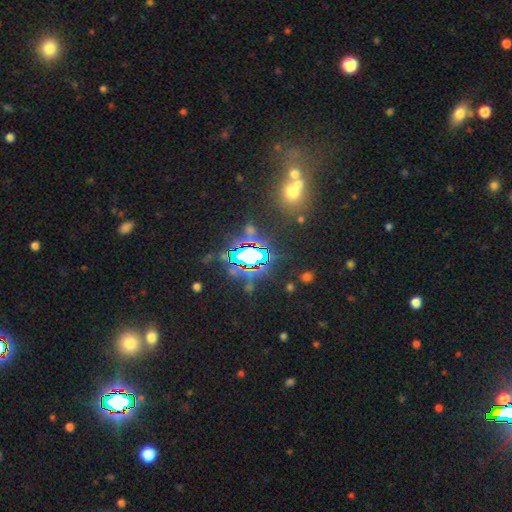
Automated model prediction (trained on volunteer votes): The model was most divided on "smooth or featured": star or artifact: 71%, smooth: 17%, featured or disk: 12%.